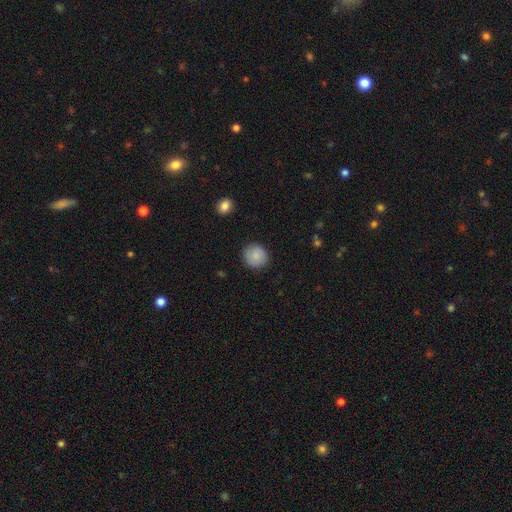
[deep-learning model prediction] Smooth or featured: smooth — 85% (featured or disk — 7%)
How rounded: round — 90% (in between — 9%)
Merging: none — 88% (minor disturbance — 9%)